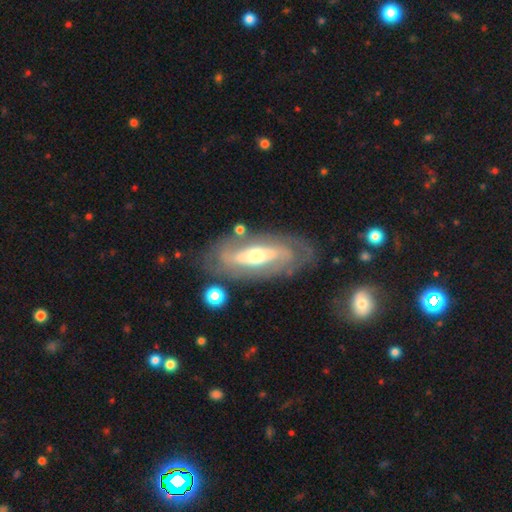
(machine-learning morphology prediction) Smooth or featured? Predicted: featured or disk (p=0.77). Edge-on disk? Predicted: no (p=0.86). Bar? Predicted: no (p=0.44). Spiral arms? Predicted: yes (p=0.72). Bulge size? Predicted: moderate (p=0.64). Merging? Predicted: none (p=0.75).